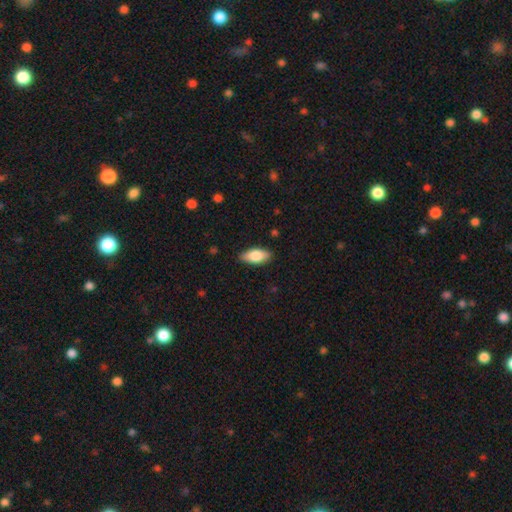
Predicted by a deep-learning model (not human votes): Smooth or featured? Predicted: smooth (p=0.78). How rounded? Predicted: in between (p=0.87). Merging? Predicted: none (p=0.86).